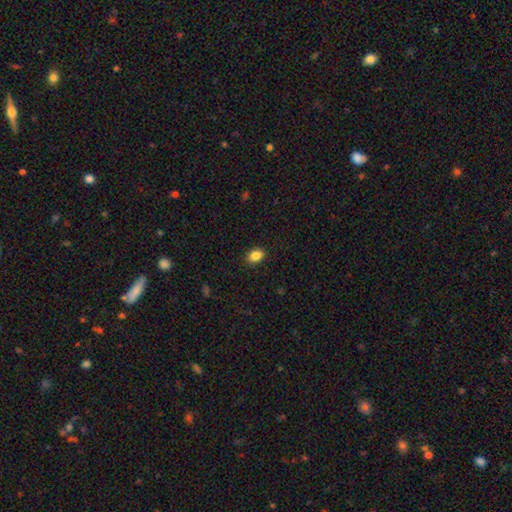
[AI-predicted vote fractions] Q: Smooth or featured?
A: smooth (85%); runner-up: star or artifact (9%)
Q: How rounded?
A: in between (75%); runner-up: round (24%)
Q: Merging?
A: none (89%); runner-up: minor disturbance (8%)